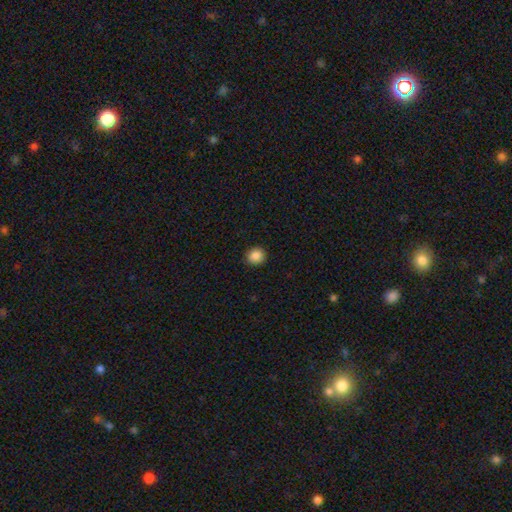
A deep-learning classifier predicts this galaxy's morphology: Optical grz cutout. It shows a smooth galaxy with no disk features (87%) that is round (86%). Merging: none (91%).